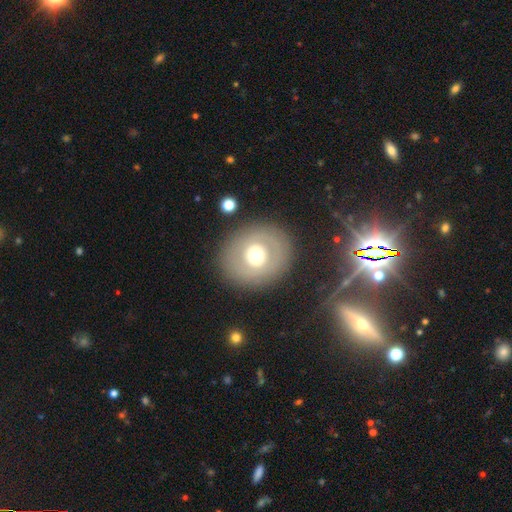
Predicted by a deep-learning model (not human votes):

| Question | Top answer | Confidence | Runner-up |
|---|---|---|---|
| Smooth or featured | smooth | 51% | featured or disk (40%) |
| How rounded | round | 82% | in between (17%) |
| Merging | none | 84% | minor disturbance (9%) |